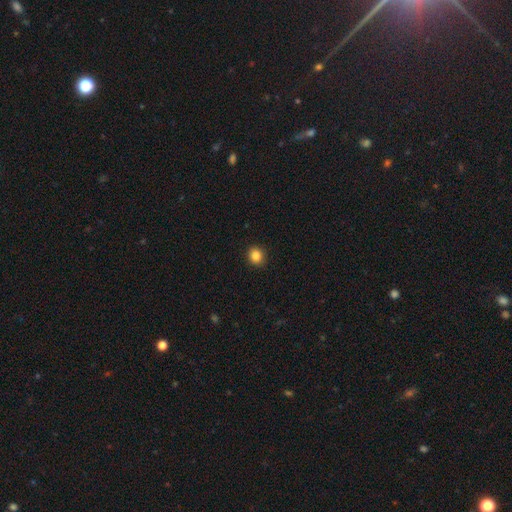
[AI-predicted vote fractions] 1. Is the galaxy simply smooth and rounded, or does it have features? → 86% smooth, 11% star or artifact, 4% featured or disk.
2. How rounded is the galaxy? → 83% round, 16% in between, 1% cigar-shaped.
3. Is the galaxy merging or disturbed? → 92% none, 6% minor disturbance, 2% major disturbance, 1% merger.